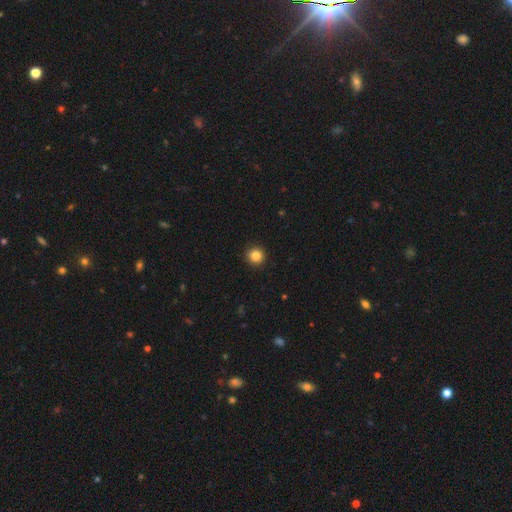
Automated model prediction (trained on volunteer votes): The model was most divided on "smooth or featured": smooth: 85%, star or artifact: 11%, featured or disk: 4%. More confident: how rounded — round (93%); merging — none (92%).